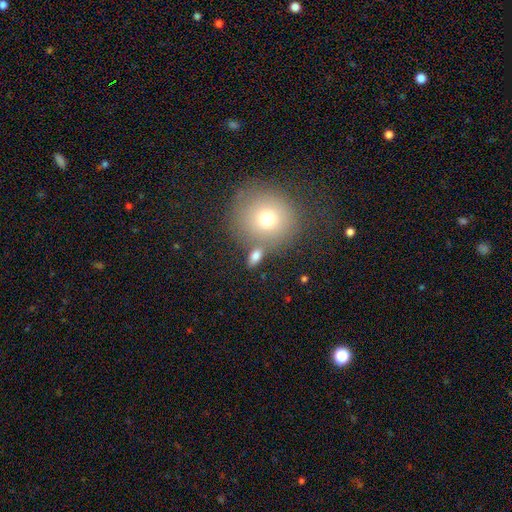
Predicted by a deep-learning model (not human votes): smooth-or-featured: smooth: 76% | featured or disk: 13% | star or artifact: 12%
  how-rounded: in between: 65% | round: 30% | cigar-shaped: 5%
  merging: none: 67% | merger: 16% | minor disturbance: 11% | major disturbance: 5%